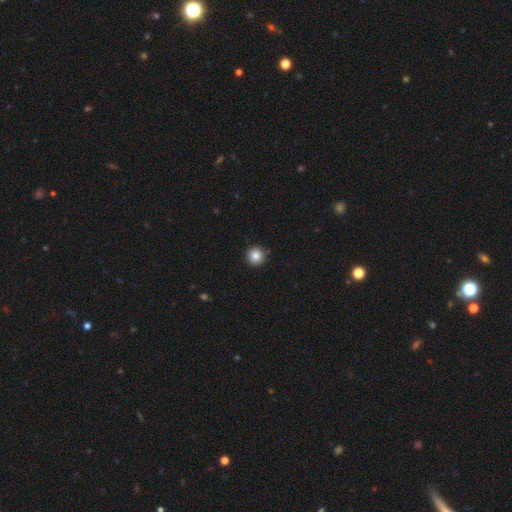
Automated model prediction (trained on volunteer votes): A smooth galaxy with no disk features (85%) that is round (96%).

Vote fractions:
- Smooth or featured? smooth: 85% / star or artifact: 10% / featured or disk: 5%
- How rounded? round: 96% / in between: 4% / cigar-shaped: 1%
- Merging? none: 92% / minor disturbance: 6% / major disturbance: 2% / merger: 1%